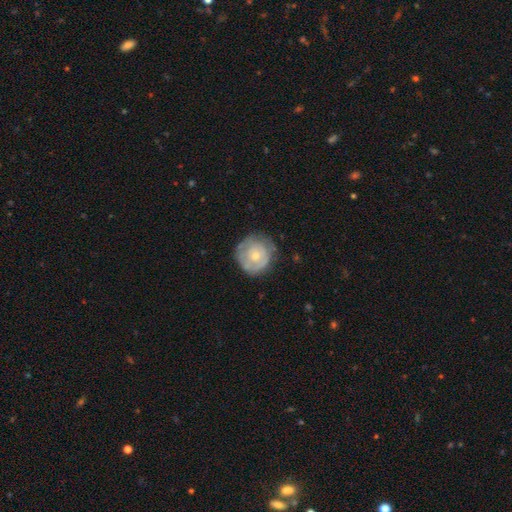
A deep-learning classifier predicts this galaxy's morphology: A featured or disk galaxy (50%).

Vote fractions:
- Smooth or featured? featured or disk: 50% / smooth: 44% / star or artifact: 6%
- Edge-on disk? no: 98% / yes: 2%
- Merging? none: 65% / minor disturbance: 24% / major disturbance: 10% / merger: 2%